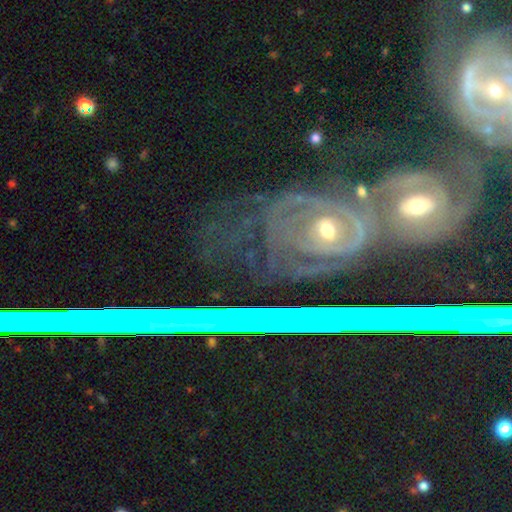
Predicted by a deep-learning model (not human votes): This is possibly a featured or disk galaxy (49%). Merging: likely none (62%).